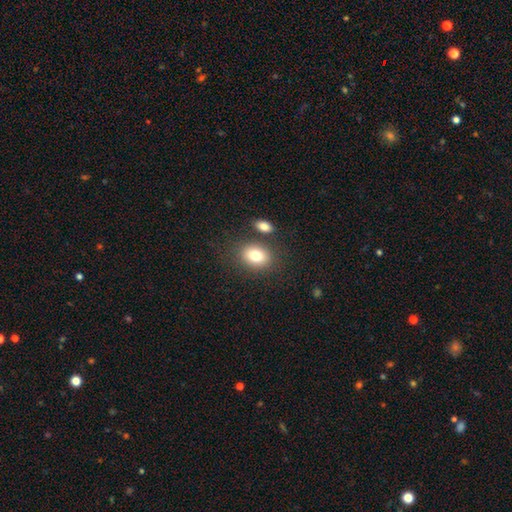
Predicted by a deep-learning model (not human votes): A smooth galaxy with no disk features (81%) that is in between round and cigar-shaped (67%).

Vote fractions:
- Smooth or featured? smooth: 81% / featured or disk: 10% / star or artifact: 9%
- How rounded? in between: 67% / round: 32% / cigar-shaped: 1%
- Merging? none: 74% / merger: 12% / minor disturbance: 11% / major disturbance: 4%